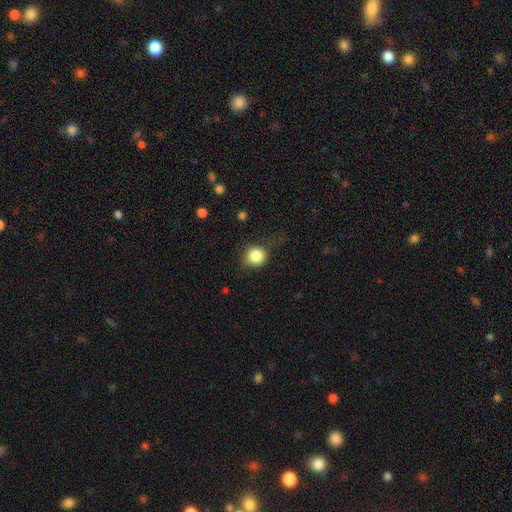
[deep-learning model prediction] Morphology: type=smooth (84%); roundness=round (87%); merging=none (72%).